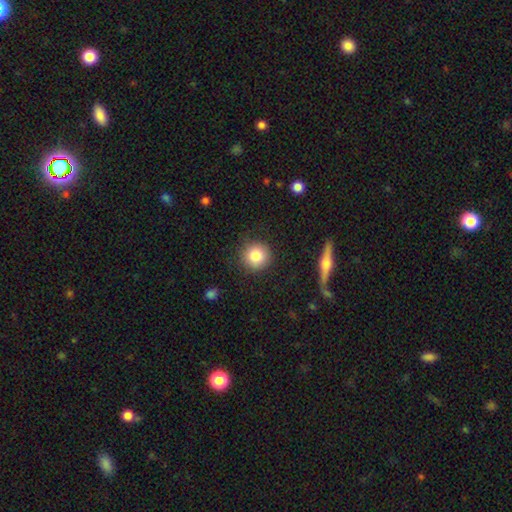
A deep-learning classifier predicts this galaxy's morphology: Smooth or featured: smooth — 83% (star or artifact — 9%)
How rounded: round — 94% (in between — 5%)
Merging: none — 87% (minor disturbance — 9%)